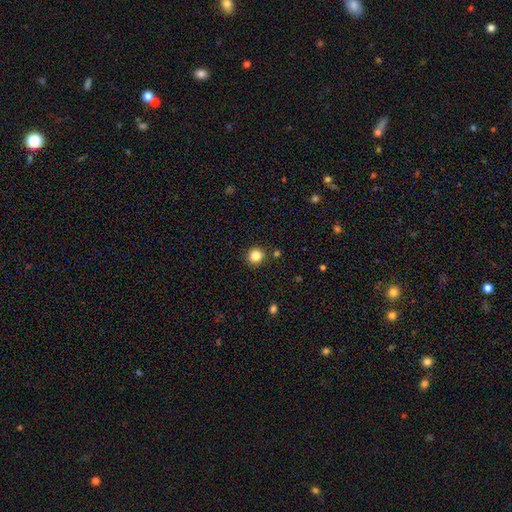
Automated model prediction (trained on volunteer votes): Smooth or featured: smooth — 86% (star or artifact — 11%)
How rounded: round — 92% (in between — 7%)
Merging: none — 88% (minor disturbance — 6%)